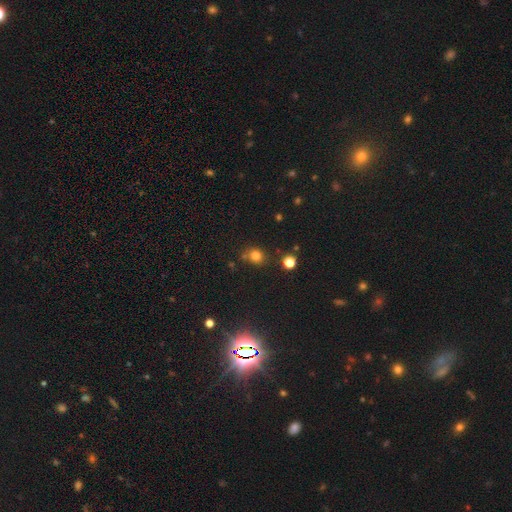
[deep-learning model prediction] Overall: smooth (78%). How rounded: round (74%). Merging: none (70%).